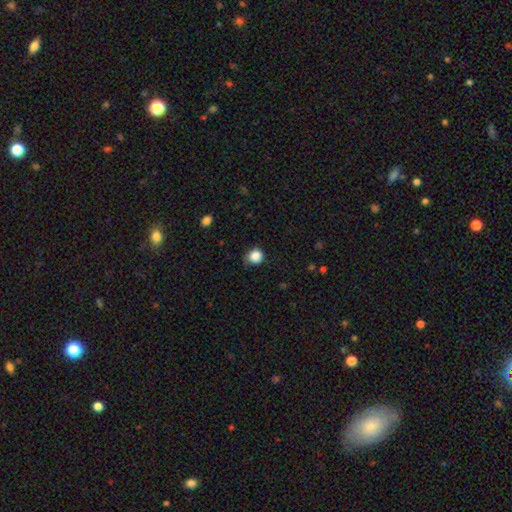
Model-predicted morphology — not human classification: Q: Smooth or featured?
A: smooth (86%); runner-up: star or artifact (9%)
Q: How rounded?
A: round (85%); runner-up: in between (14%)
Q: Merging?
A: none (64%); runner-up: minor disturbance (27%)